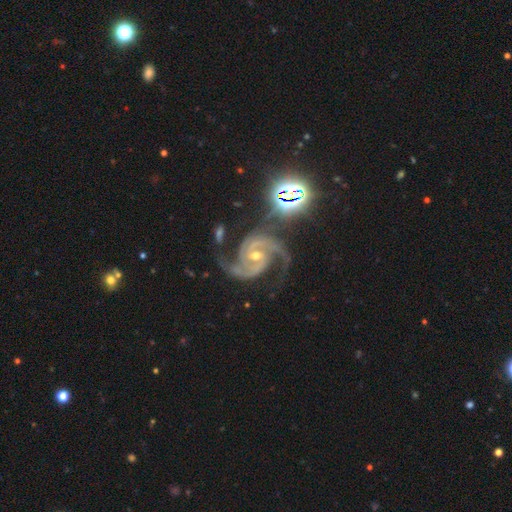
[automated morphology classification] Smooth or featured: featured or disk — 89% (star or artifact — 8%)
Edge-on disk: no — 98% (yes — 2%)
Bar: no — 45% (weak — 37%)
Spiral arms: yes — 99% (no — 1%)
Spiral winding: medium — 61% (tight — 26%)
Spiral arm count: 2 — 71% (3 — 18%)
Bulge size: moderate — 51% (small — 46%)
Merging: none — 65% (minor disturbance — 20%)